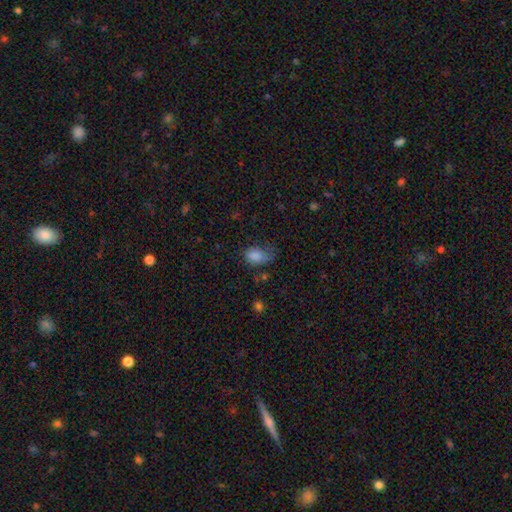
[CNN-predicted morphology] Q: Smooth or featured?
A: smooth (83%); runner-up: star or artifact (10%)
Q: How rounded?
A: in between (86%); runner-up: round (13%)
Q: Merging?
A: none (40%); runner-up: minor disturbance (35%)